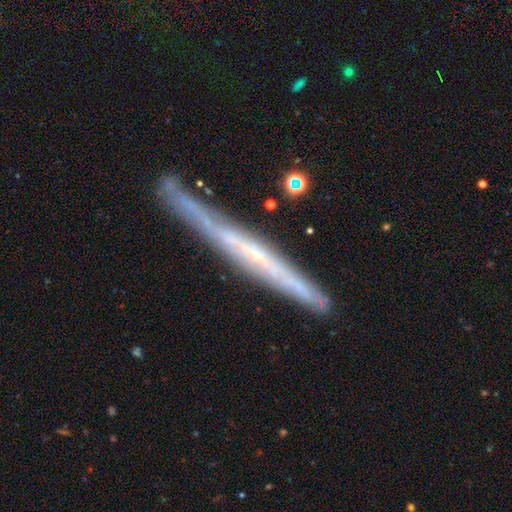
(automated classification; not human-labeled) A featured or disk galaxy (70%) viewed edge-on (93%) with no central bulge (79%). Merging: none (80%).